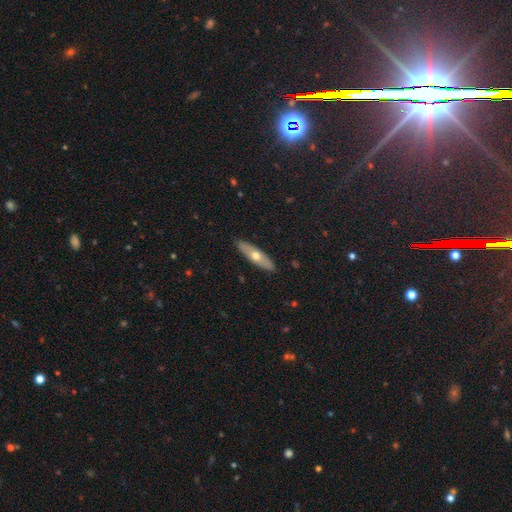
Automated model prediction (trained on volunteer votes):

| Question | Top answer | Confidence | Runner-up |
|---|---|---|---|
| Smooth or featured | smooth | 49% | featured or disk (45%) |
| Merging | none | 90% | minor disturbance (8%) |